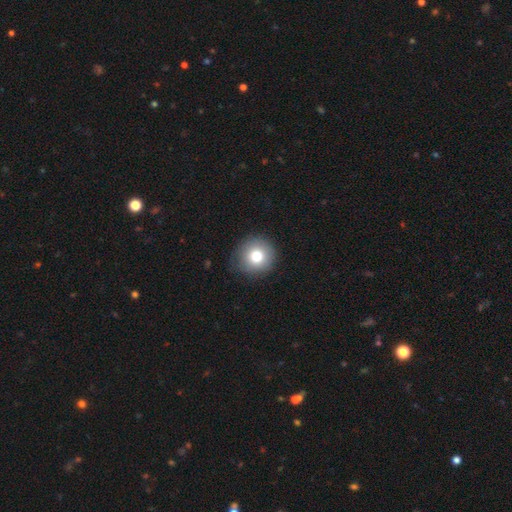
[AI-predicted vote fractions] This is clearly a smooth galaxy (80%). How rounded: clearly round (92%). Merging: clearly none (85%).